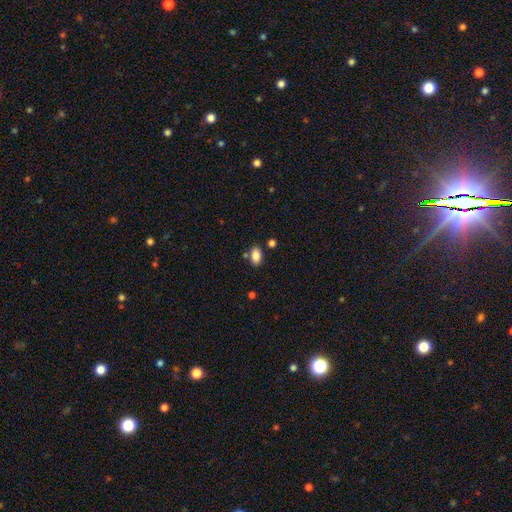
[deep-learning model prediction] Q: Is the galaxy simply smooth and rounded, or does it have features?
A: smooth — 86%.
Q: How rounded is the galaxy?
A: in between — 90%.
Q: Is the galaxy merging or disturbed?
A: none — 77%.